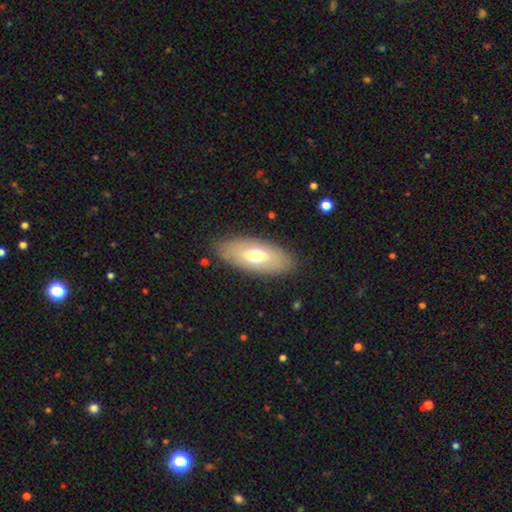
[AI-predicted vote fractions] Smooth or featured? smooth (59%)
How rounded? in between (85%)
Merging? none (86%)